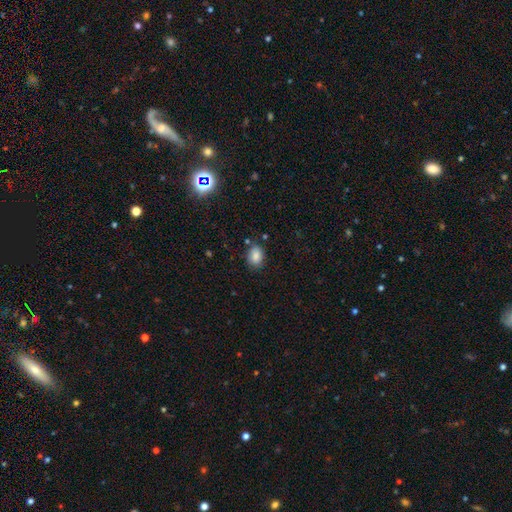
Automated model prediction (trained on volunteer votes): smooth 84%, star or artifact 9%, featured or disk 7%. Down the decision tree: how rounded — in between (69%); merging — none (77%).